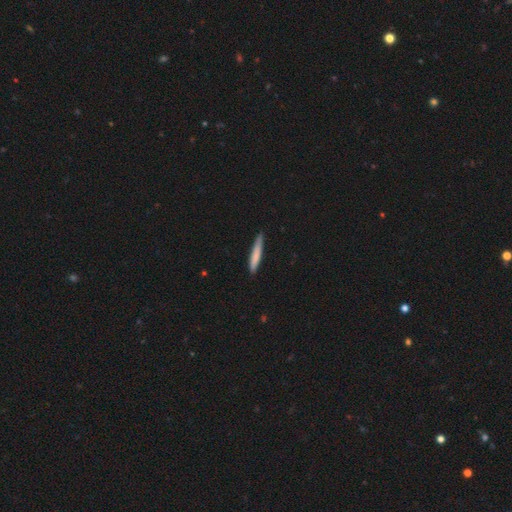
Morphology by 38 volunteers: smooth_or_featured: smooth (p=0.79) [alt: featured or disk p=0.16]
how_rounded: cigar-shaped (p=1.00)
merging: none (p=0.92) [alt: minor disturbance p=0.08]